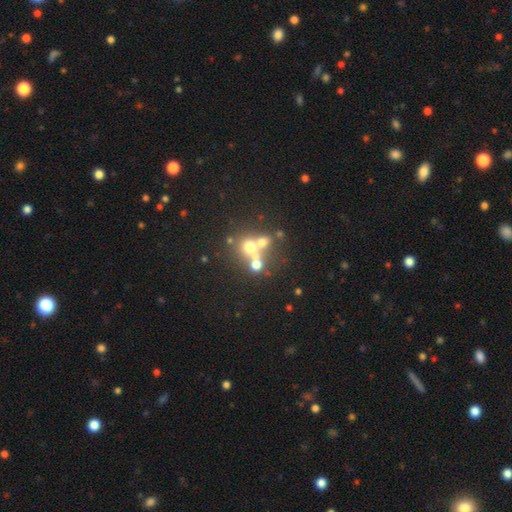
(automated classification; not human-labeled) Smooth or featured: smooth — 53% (featured or disk — 24%)
How rounded: round — 82% (in between — 17%)
Merging: merger — 49% (none — 38%)